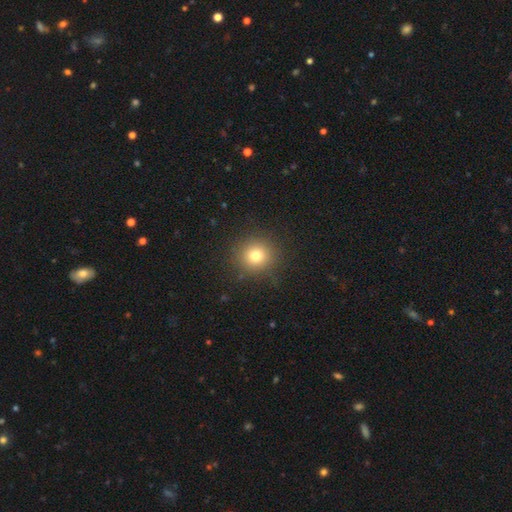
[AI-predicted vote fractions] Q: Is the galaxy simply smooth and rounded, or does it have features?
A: smooth — 78%.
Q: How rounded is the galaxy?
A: round — 91%.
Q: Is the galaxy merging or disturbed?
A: none — 88%.